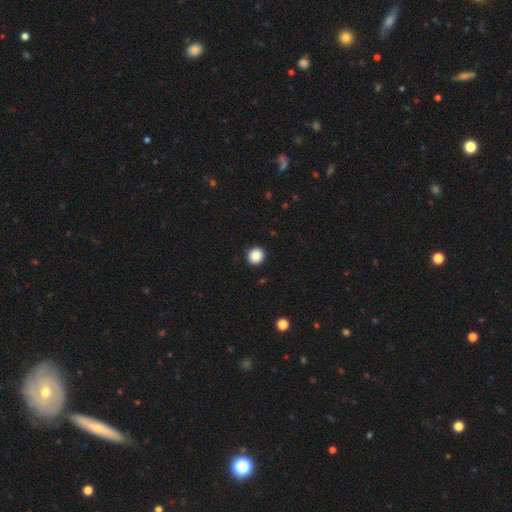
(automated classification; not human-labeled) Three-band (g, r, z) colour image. It shows a smooth galaxy with no disk features (88%) that is round (90%). Merging: none (91%).